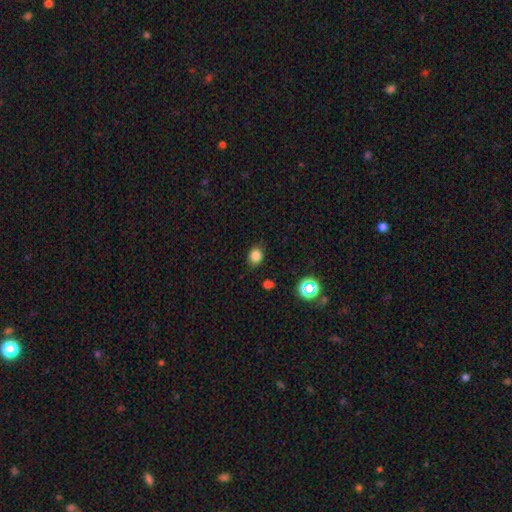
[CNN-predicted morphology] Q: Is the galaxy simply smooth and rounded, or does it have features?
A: smooth — 81%.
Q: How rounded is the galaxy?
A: round — 55%.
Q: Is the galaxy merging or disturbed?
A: none — 81%.